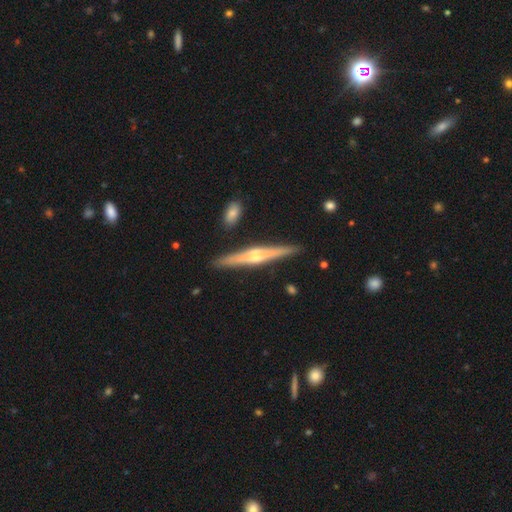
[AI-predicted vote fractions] Smooth or featured?
  - featured or disk: 74% *
  - smooth: 20%
  - star or artifact: 5%
Edge-on disk?
  - yes: 97% *
  - no: 3%
Edge-on bulge?
  - rounded: 84% *
  - none: 8%
  - boxy: 7%
Merging?
  - none: 89% *
  - minor disturbance: 7%
  - merger: 2%
  - major disturbance: 2%